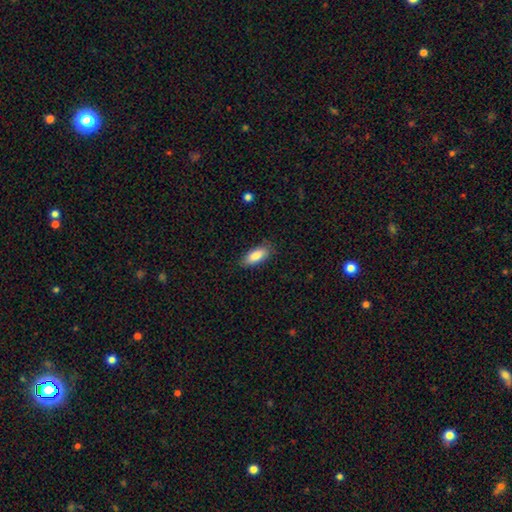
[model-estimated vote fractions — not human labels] This is clearly a smooth galaxy (85%). How rounded: likely in between (80%). Merging: clearly none (83%).